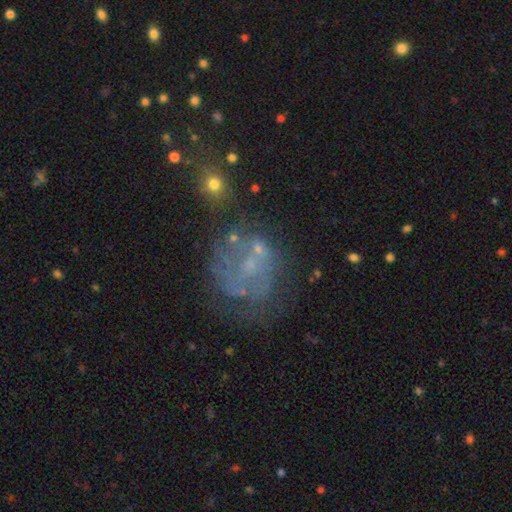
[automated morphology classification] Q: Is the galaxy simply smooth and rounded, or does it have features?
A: featured or disk — 60%.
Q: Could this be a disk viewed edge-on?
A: no — 98%.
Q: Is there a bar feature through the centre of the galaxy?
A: no — 78%.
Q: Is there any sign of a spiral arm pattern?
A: no — 60%.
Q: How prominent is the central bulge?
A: none — 46%.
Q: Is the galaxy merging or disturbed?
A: none — 47%.